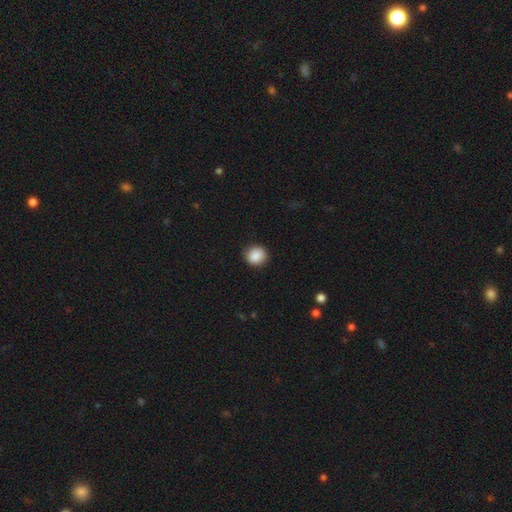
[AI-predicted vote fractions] Smooth or featured? Predicted: smooth (p=0.88). How rounded? Predicted: round (p=0.87). Merging? Predicted: none (p=0.87).